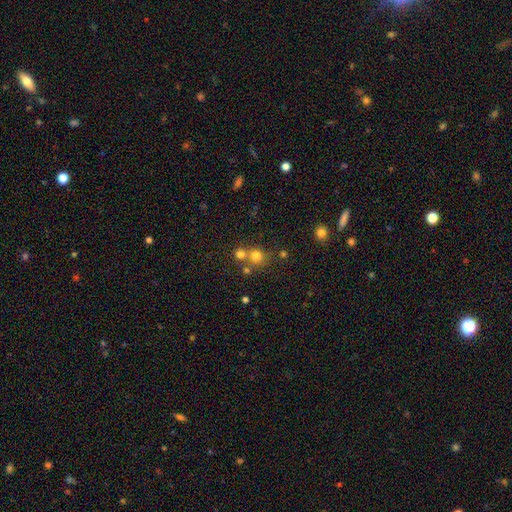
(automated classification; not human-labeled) Morphology: type=smooth (74%); roundness=round (87%); merging=none (52%).